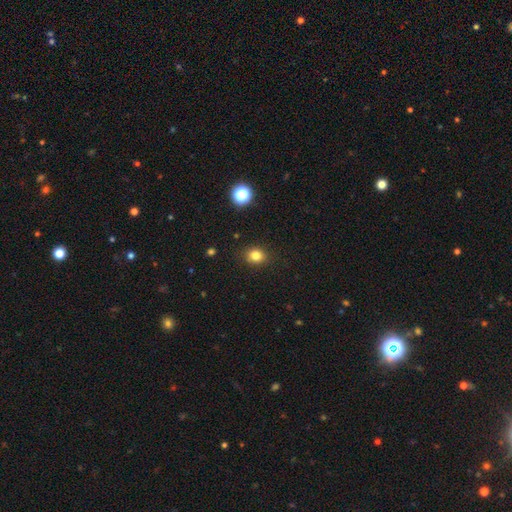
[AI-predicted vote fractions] smooth 81%, star or artifact 13%, featured or disk 6%. Down the decision tree: how rounded — round (67%); merging — none (88%).